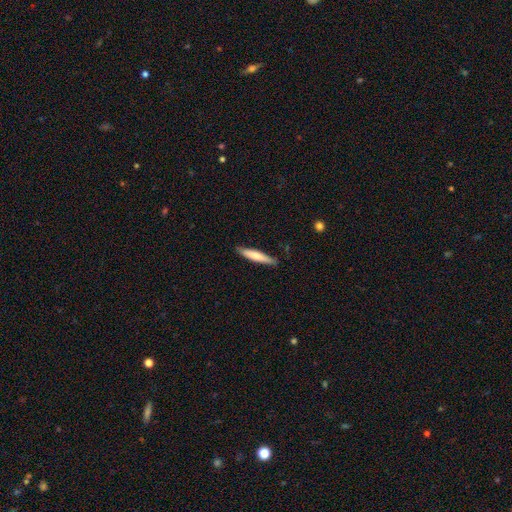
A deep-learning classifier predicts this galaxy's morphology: The model was most divided on "smooth or featured": smooth: 71%, featured or disk: 24%, star or artifact: 5%. More confident: how rounded — cigar-shaped (89%); merging — none (87%).